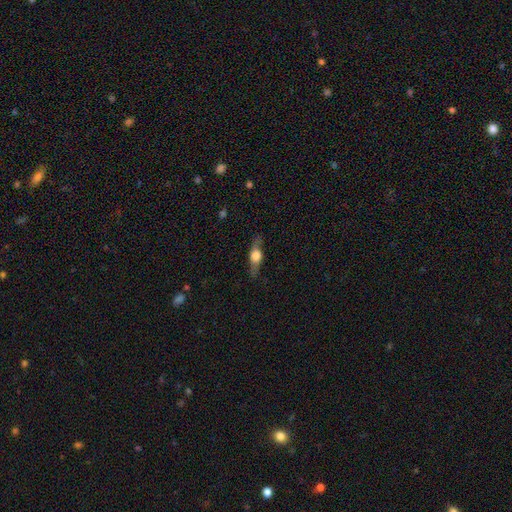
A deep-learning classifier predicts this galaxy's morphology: This appears to be a featured or disk galaxy (55%) viewed edge-on (90%). Merging: none (82%).